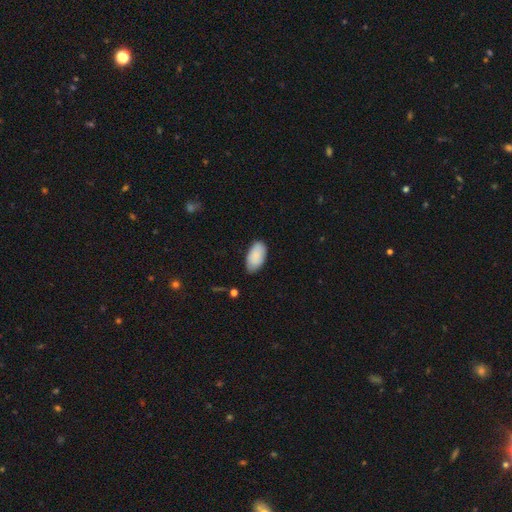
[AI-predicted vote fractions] smooth-or-featured: smooth: 88% | star or artifact: 6% | featured or disk: 6%
  how-rounded: in between: 95% | round: 2% | cigar-shaped: 2%
  merging: none: 77% | minor disturbance: 18% | major disturbance: 3% | merger: 1%